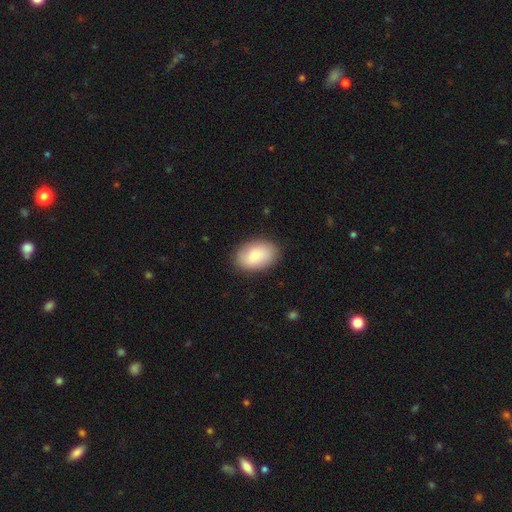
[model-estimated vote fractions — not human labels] Smooth or featured? smooth (79%)
How rounded? in between (87%)
Merging? none (86%)